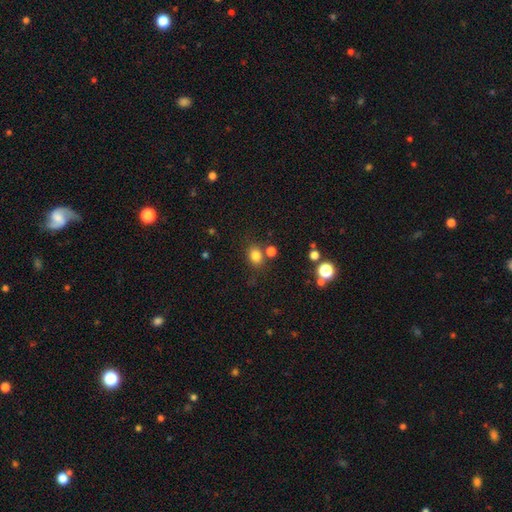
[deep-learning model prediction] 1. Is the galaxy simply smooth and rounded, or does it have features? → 80% smooth, 14% star or artifact, 6% featured or disk.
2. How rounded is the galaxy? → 50% round, 49% in between, 1% cigar-shaped.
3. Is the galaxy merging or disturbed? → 72% none, 12% minor disturbance, 11% merger, 5% major disturbance.